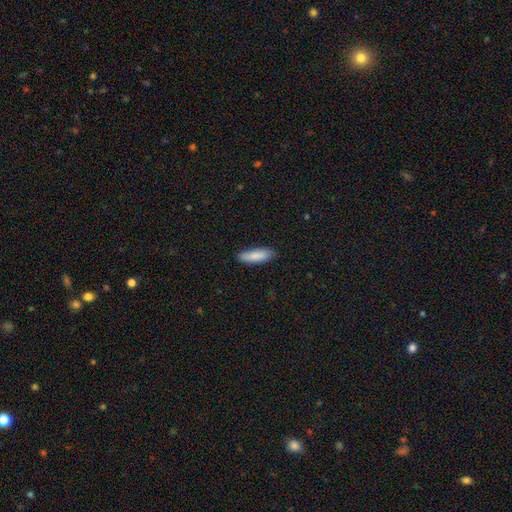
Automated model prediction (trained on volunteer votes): This appears to be a smooth galaxy with no disk features (86%) that is cigar-shaped (52%). Merging: none (88%).